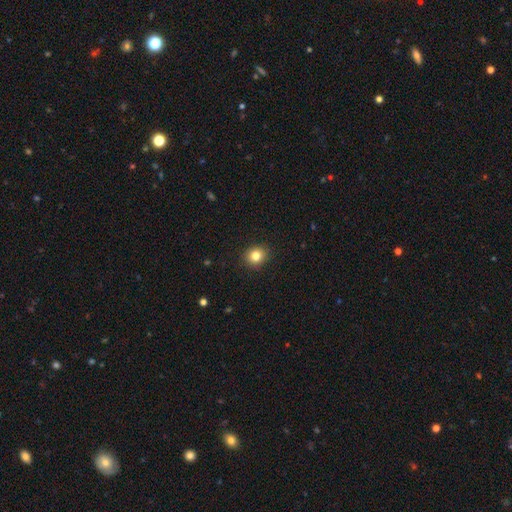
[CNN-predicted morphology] Smooth or featured? Predicted: smooth (p=0.83). How rounded? Predicted: round (p=0.74). Merging? Predicted: none (p=0.90).